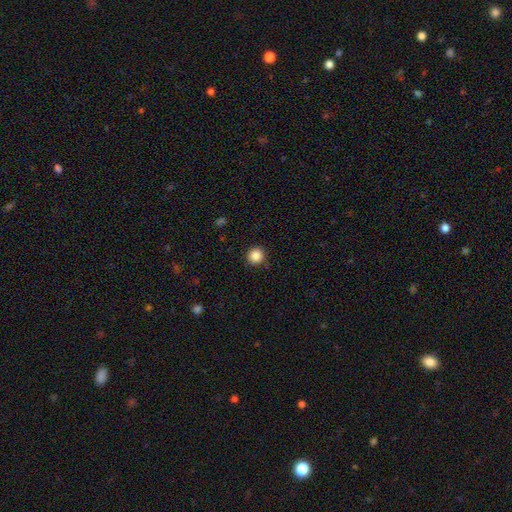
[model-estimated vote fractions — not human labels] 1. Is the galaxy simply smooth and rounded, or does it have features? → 86% smooth, 10% star or artifact, 4% featured or disk.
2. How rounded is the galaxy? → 94% round, 5% in between, 1% cigar-shaped.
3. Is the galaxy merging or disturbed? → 89% none, 7% minor disturbance, 2% major disturbance, 1% merger.